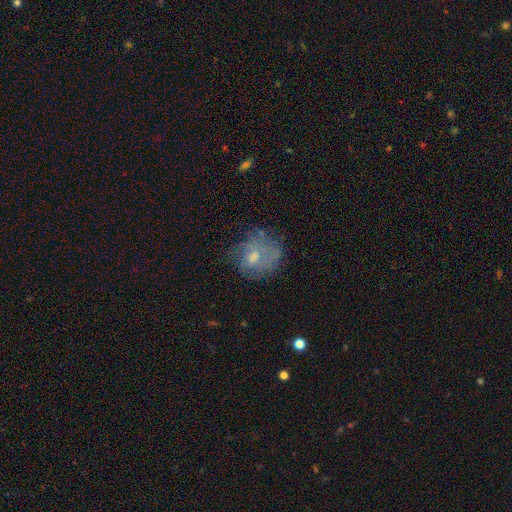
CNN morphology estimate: A smooth galaxy with no disk features (47%). Merging: none (51%).